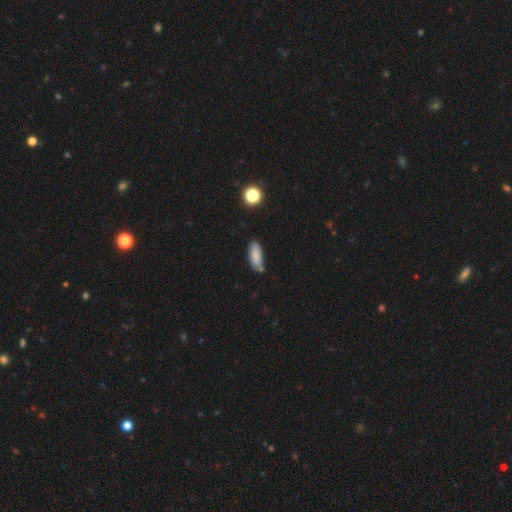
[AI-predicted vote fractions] Smooth or featured?
  - smooth: 82% *
  - featured or disk: 9%
  - star or artifact: 8%
How rounded?
  - in between: 74% *
  - cigar-shaped: 24%
  - round: 2%
Merging?
  - none: 67% *
  - minor disturbance: 21%
  - merger: 8%
  - major disturbance: 4%